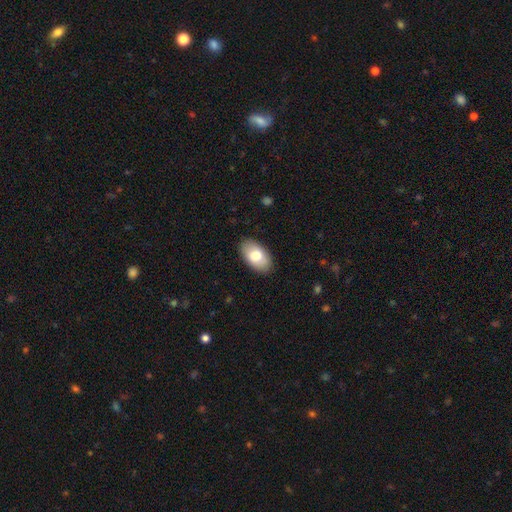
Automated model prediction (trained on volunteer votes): Overall: smooth (79%). How rounded: in between (94%). Merging: none (88%).